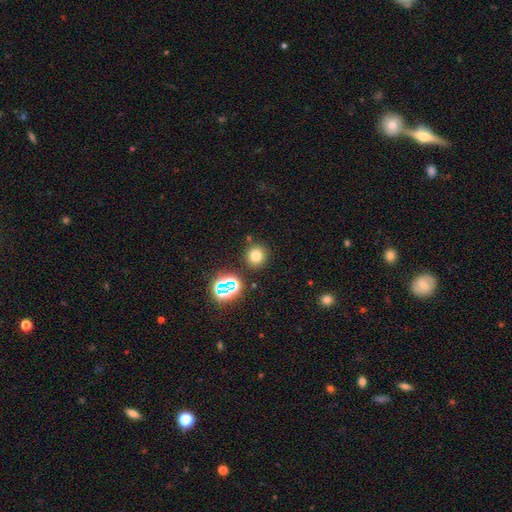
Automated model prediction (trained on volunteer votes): Q: Smooth or featured?
A: smooth (72%); runner-up: star or artifact (20%)
Q: How rounded?
A: round (91%); runner-up: in between (8%)
Q: Merging?
A: none (84%); runner-up: minor disturbance (8%)